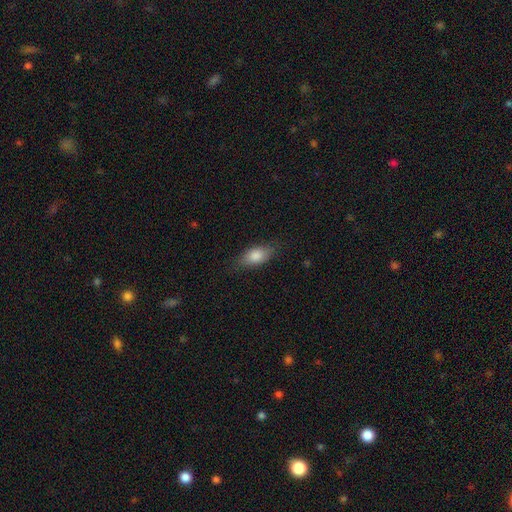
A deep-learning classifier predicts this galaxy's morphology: Smooth or featured? smooth (81%)
How rounded? in between (85%)
Merging? none (78%)